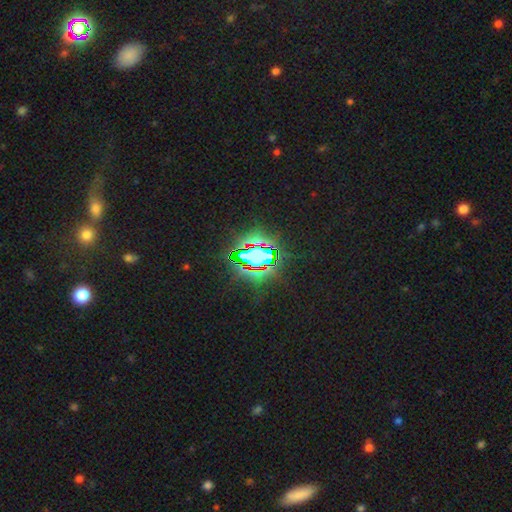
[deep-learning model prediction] The model was most divided on "smooth or featured": star or artifact: 77%, smooth: 13%, featured or disk: 10%.